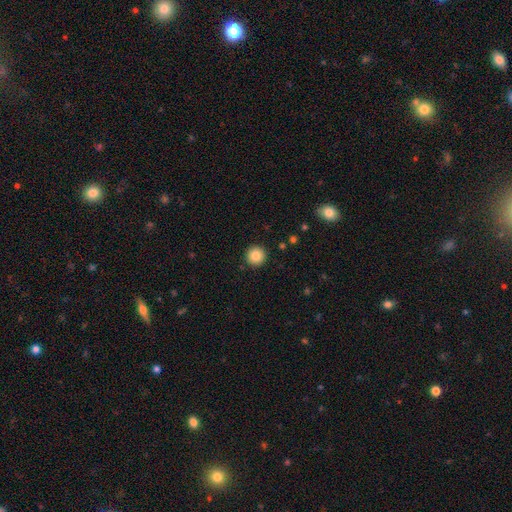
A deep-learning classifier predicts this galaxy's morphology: Smooth or featured: smooth — 84% (star or artifact — 9%)
How rounded: round — 96% (in between — 3%)
Merging: none — 92% (minor disturbance — 5%)